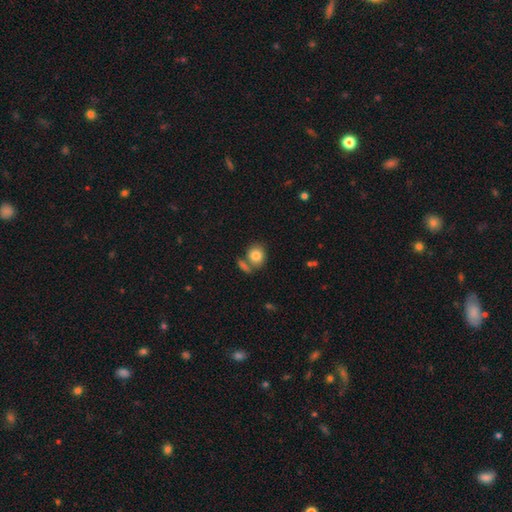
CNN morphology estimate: A smooth galaxy with no disk features (82%) that is round (67%).

Vote fractions:
- Smooth or featured? smooth: 82% / featured or disk: 9% / star or artifact: 8%
- How rounded? round: 67% / in between: 32% / cigar-shaped: 1%
- Merging? none: 60% / merger: 23% / minor disturbance: 12% / major disturbance: 5%